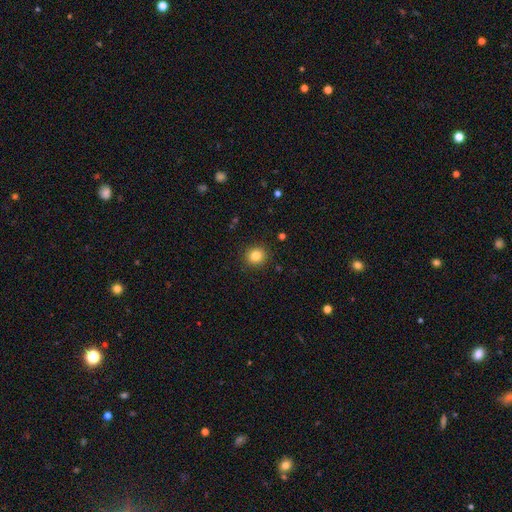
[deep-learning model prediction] This is clearly a smooth galaxy (82%). How rounded: clearly round (88%). Merging: clearly none (91%).